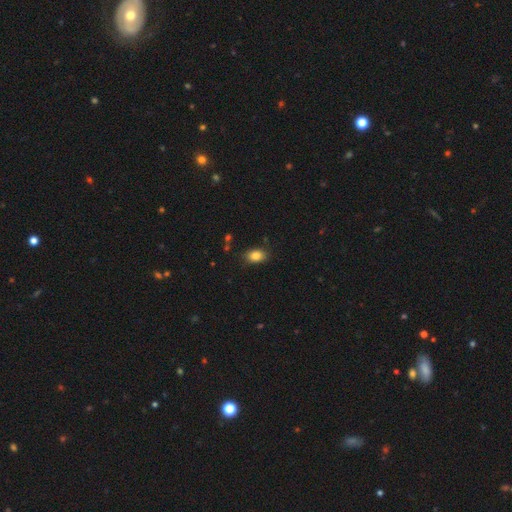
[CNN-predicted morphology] type=smooth (85%); roundness=in between (83%); merging=none (83%).